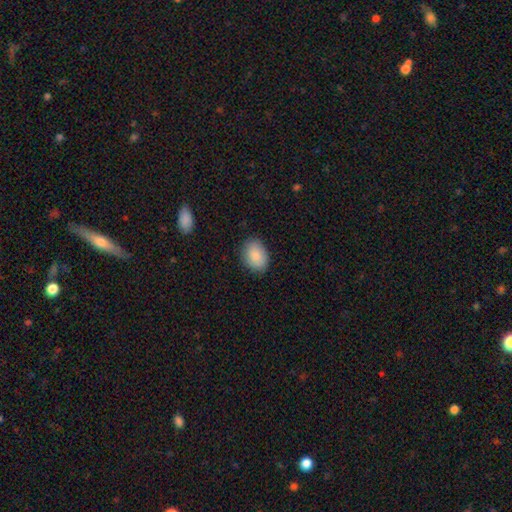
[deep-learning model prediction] Overall: smooth (88%). How rounded: in between (74%). Merging: none (84%).